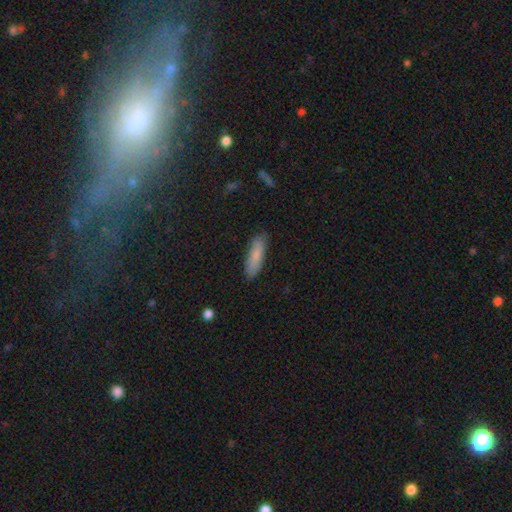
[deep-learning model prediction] smooth 81%, featured or disk 13%, star or artifact 6%. Down the decision tree: how rounded — cigar-shaped (54%); merging — none (83%).